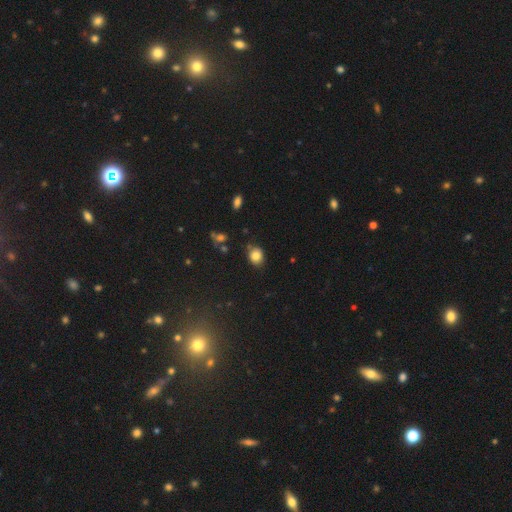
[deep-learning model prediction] A smooth galaxy with no disk features (82%) that is round (60%). Merging: none (73%).